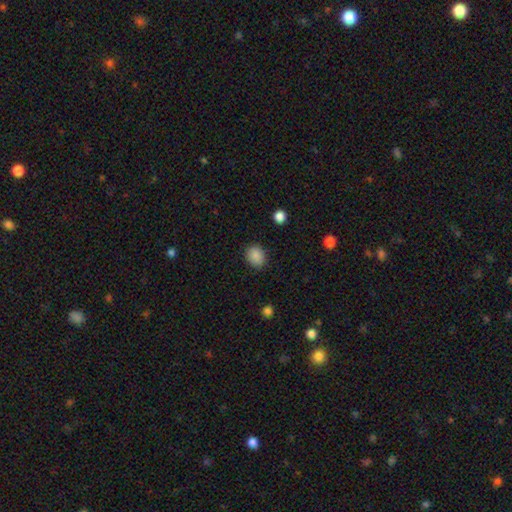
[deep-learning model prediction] Morphology: type=smooth (88%); roundness=round (61%); merging=none (86%).